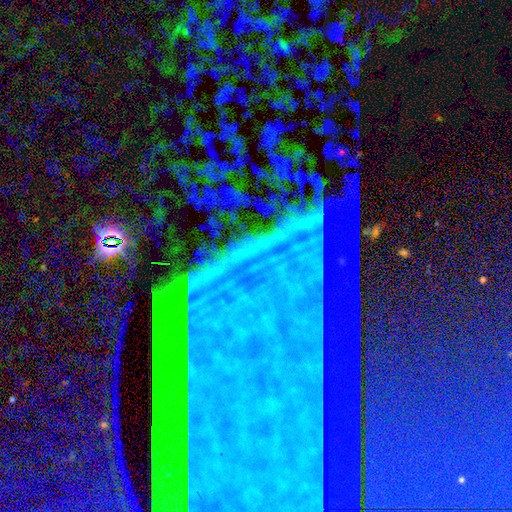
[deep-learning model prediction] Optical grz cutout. It shows a star or artifact, not a galaxy (77%).